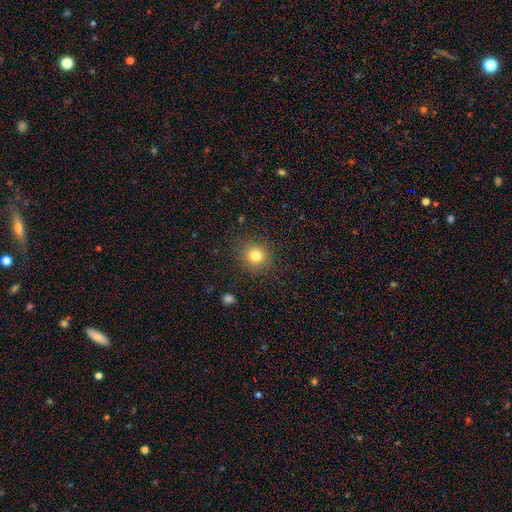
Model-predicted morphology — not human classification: Smooth or featured: smooth — 79% (star or artifact — 14%)
How rounded: round — 87% (in between — 12%)
Merging: none — 88% (minor disturbance — 8%)